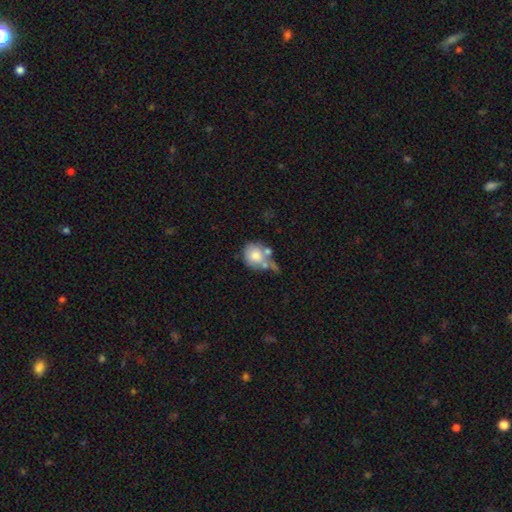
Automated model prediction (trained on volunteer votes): Smooth or featured: smooth — 71% (featured or disk — 21%)
How rounded: round — 68% (in between — 31%)
Merging: merger — 37% (none — 30%)